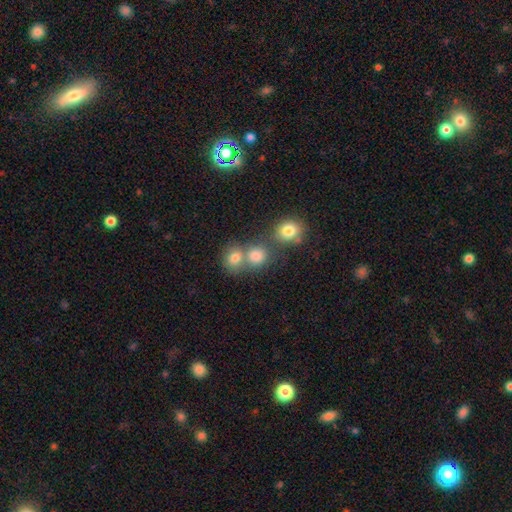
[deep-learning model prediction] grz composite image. It shows a smooth galaxy with no disk features (74%) that is round (81%). Merging: none (50%).